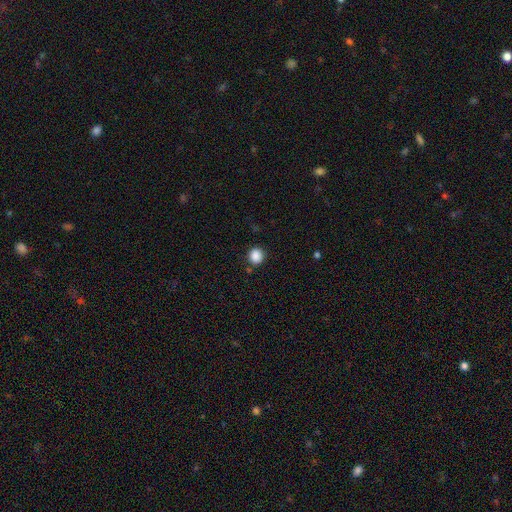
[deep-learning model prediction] A smooth galaxy with no disk features (87%) that is round (86%). Merging: none (86%).